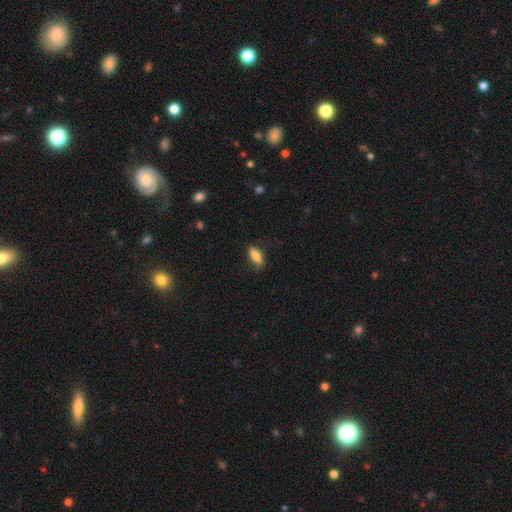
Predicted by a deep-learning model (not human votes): A smooth galaxy with no disk features (79%) that is in between round and cigar-shaped (72%).

Vote fractions:
- Smooth or featured? smooth: 79% / featured or disk: 14% / star or artifact: 7%
- How rounded? in between: 72% / cigar-shaped: 25% / round: 3%
- Merging? none: 78% / minor disturbance: 17% / major disturbance: 4% / merger: 1%